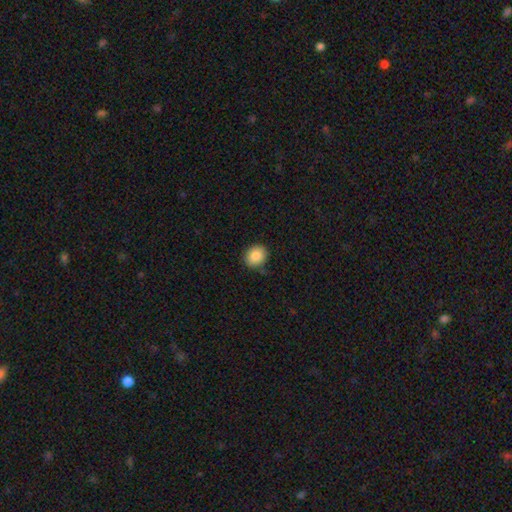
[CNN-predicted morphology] type=smooth (86%); roundness=round (67%); merging=none (83%).